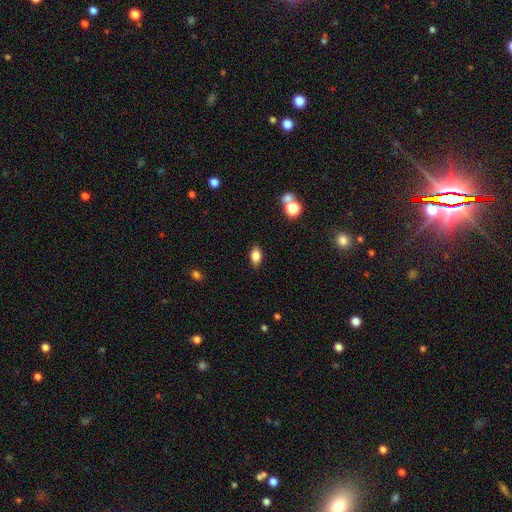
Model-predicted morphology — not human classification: Smooth or featured? Predicted: smooth (p=0.82). How rounded? Predicted: in between (p=0.85). Merging? Predicted: none (p=0.85).